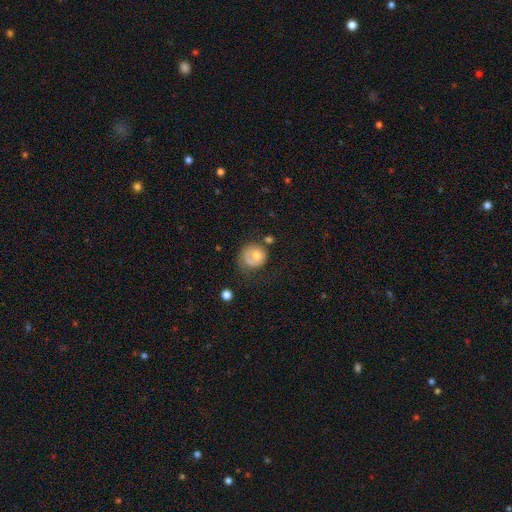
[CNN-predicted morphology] The model was most divided on "merging": none: 48%, minor disturbance: 24%, major disturbance: 22%, merger: 7%. More confident: how rounded — round (82%); smooth or featured — smooth (61%).